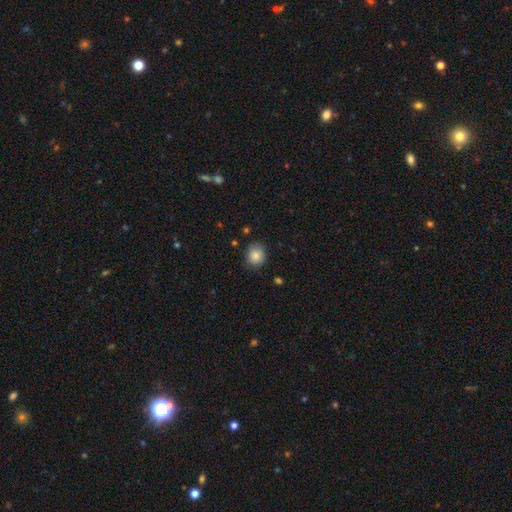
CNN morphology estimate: type=smooth (86%); roundness=round (73%); merging=none (80%).